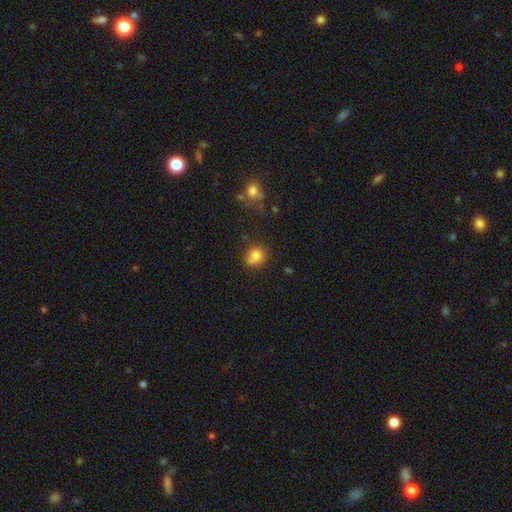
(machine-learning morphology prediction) This appears to be a smooth galaxy with no disk features (77%) that is round (74%). Merging: none (52%).